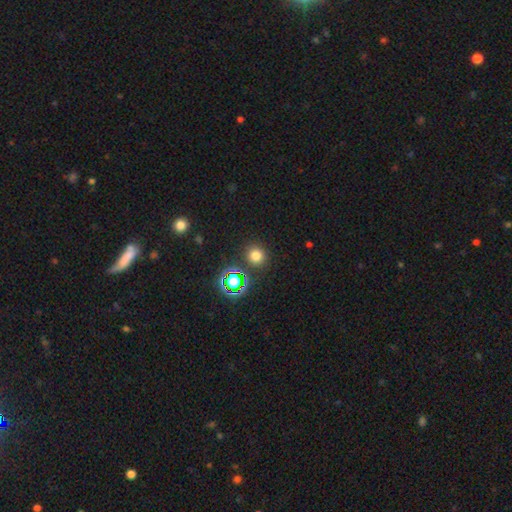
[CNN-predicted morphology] type=smooth (72%); roundness=round (87%); merging=none (86%).